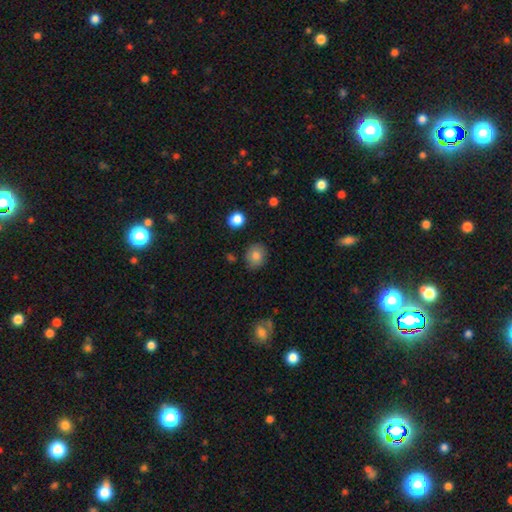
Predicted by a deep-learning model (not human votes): Smooth or featured: smooth — 80% (star or artifact — 10%)
How rounded: round — 66% (in between — 33%)
Merging: none — 83% (minor disturbance — 13%)